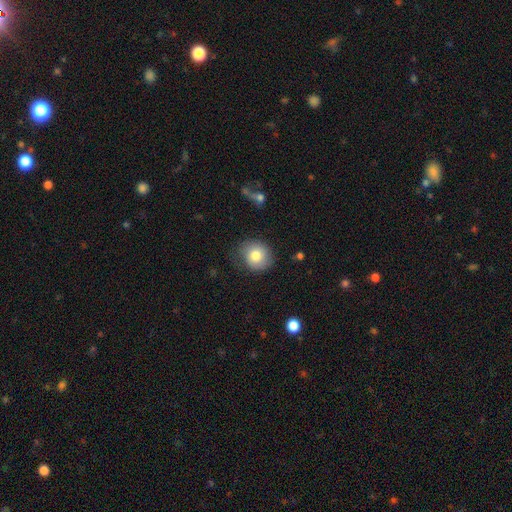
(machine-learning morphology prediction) Smooth or featured? Predicted: smooth (p=0.79). How rounded? Predicted: round (p=0.80). Merging? Predicted: none (p=0.76).